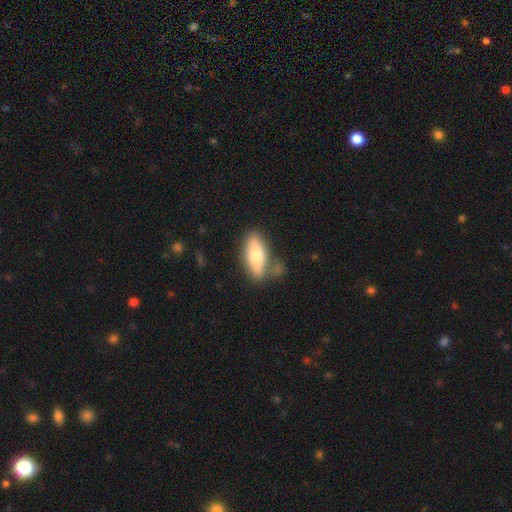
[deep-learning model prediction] Smooth or featured? smooth (72%)
How rounded? in between (74%)
Merging? none (68%)